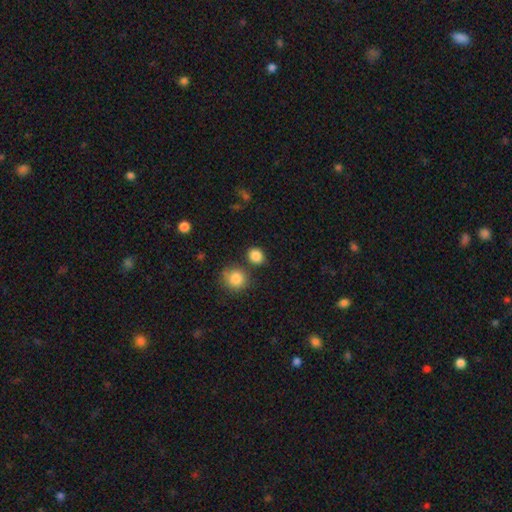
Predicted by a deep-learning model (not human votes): Smooth or featured? Predicted: smooth (p=0.86). How rounded? Predicted: round (p=0.67). Merging? Predicted: none (p=0.78).